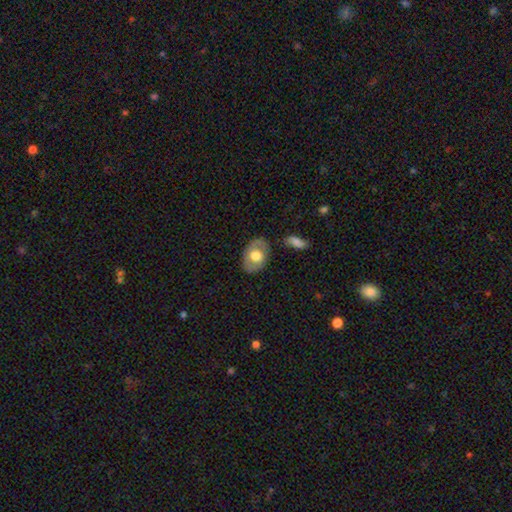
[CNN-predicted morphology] Q: Smooth or featured?
A: smooth (55%); runner-up: featured or disk (39%)
Q: How rounded?
A: in between (80%); runner-up: round (19%)
Q: Merging?
A: none (77%); runner-up: minor disturbance (15%)